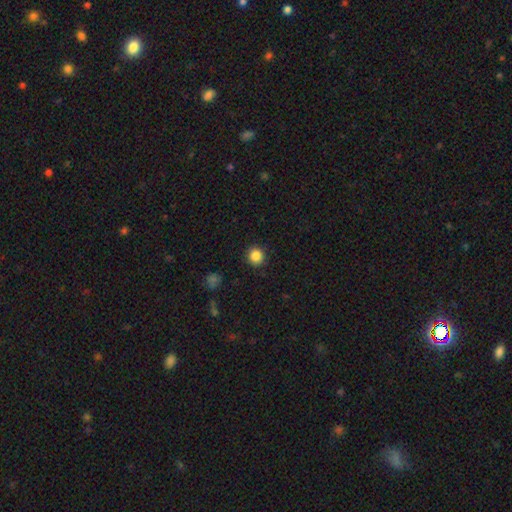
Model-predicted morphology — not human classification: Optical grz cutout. It shows a smooth galaxy with no disk features (86%) that is round (93%). Merging: none (92%).